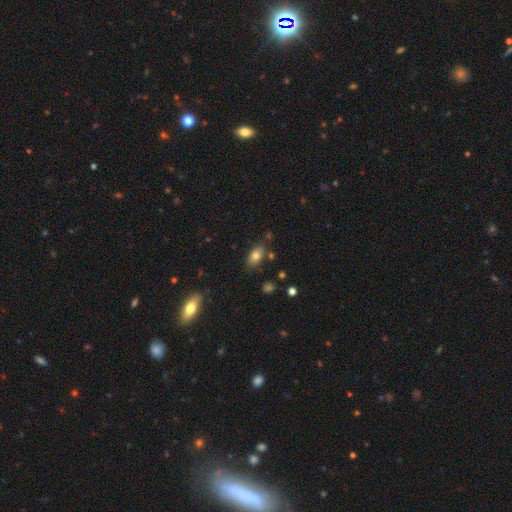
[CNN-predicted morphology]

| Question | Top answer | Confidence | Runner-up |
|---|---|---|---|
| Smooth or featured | smooth | 77% | featured or disk (13%) |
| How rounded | in between | 88% | round (7%) |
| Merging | none | 76% | minor disturbance (15%) |